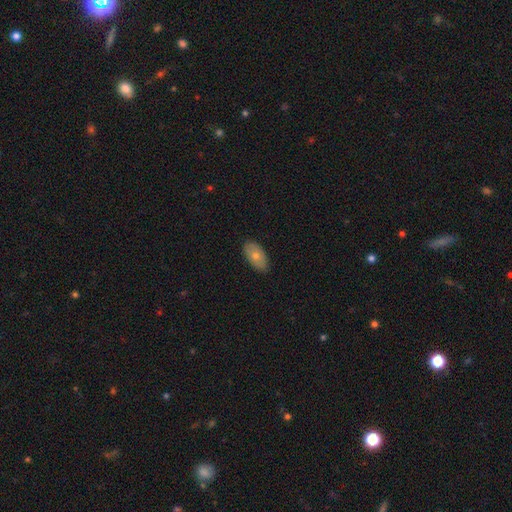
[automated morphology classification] Q: Smooth or featured?
A: smooth (67%); runner-up: featured or disk (26%)
Q: How rounded?
A: in between (93%); runner-up: round (4%)
Q: Merging?
A: none (86%); runner-up: minor disturbance (11%)